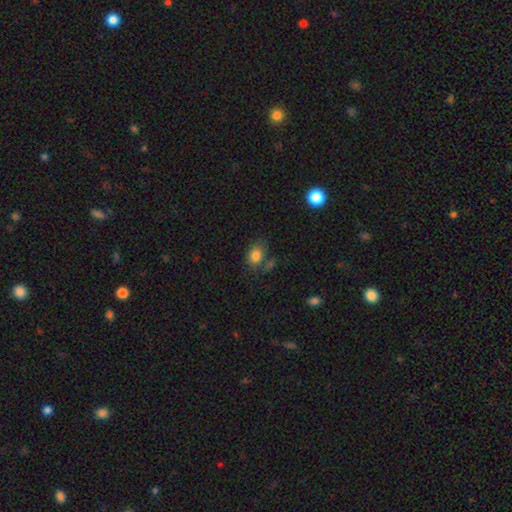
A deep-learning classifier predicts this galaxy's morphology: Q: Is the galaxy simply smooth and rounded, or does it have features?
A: smooth — 82%.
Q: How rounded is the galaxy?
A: in between — 72%.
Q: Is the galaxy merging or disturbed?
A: none — 60%.